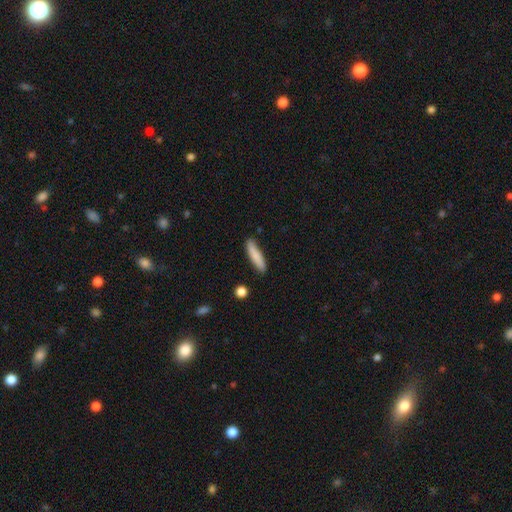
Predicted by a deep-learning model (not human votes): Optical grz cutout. It shows a smooth galaxy with no disk features (83%) that is cigar-shaped (79%). Merging: none (81%).